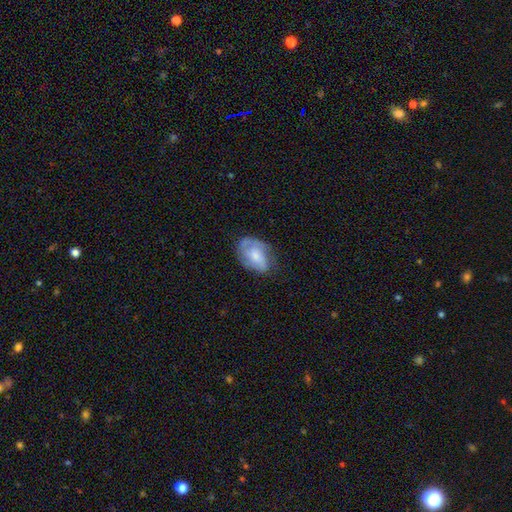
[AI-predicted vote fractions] Morphology: type=featured or disk (57%); edge-on=no (96%); bar=no (64%); spiral arms=yes (80%); bulge=moderate (44%); merging=none (61%).